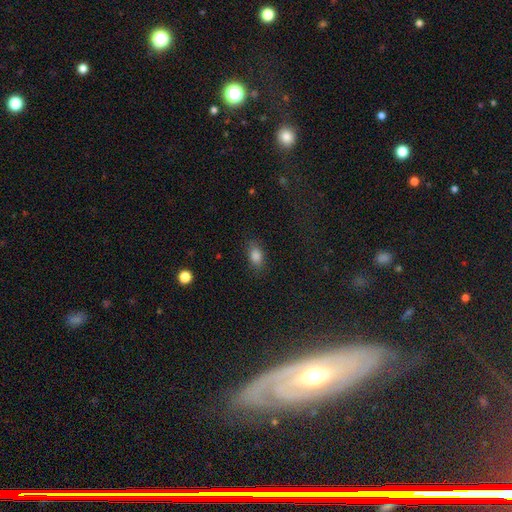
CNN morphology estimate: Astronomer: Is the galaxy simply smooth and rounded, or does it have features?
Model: smooth — 83%.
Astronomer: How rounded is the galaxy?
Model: in between — 84%.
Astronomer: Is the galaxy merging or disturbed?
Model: none — 79%.